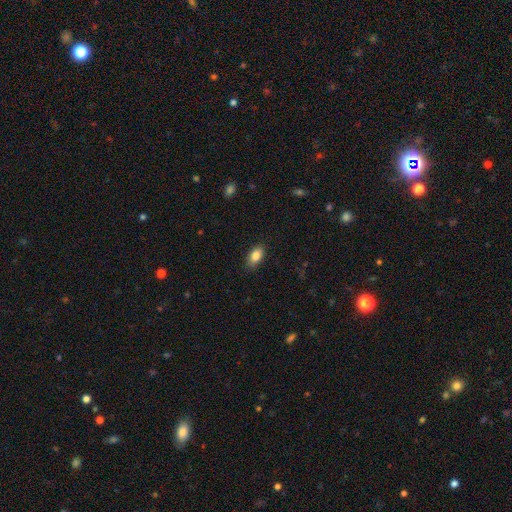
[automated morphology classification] smooth-or-featured: smooth: 86% | star or artifact: 8% | featured or disk: 6%
  how-rounded: in between: 91% | round: 6% | cigar-shaped: 3%
  merging: none: 85% | minor disturbance: 11% | major disturbance: 2% | merger: 1%